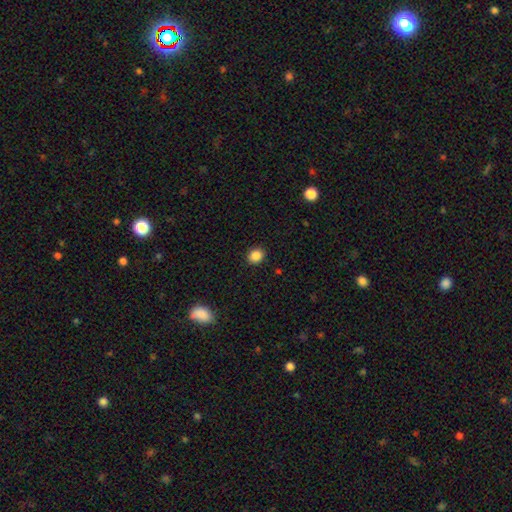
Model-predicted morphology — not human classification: This appears to be a smooth galaxy with no disk features (86%) that is round (67%). Merging: none (90%).